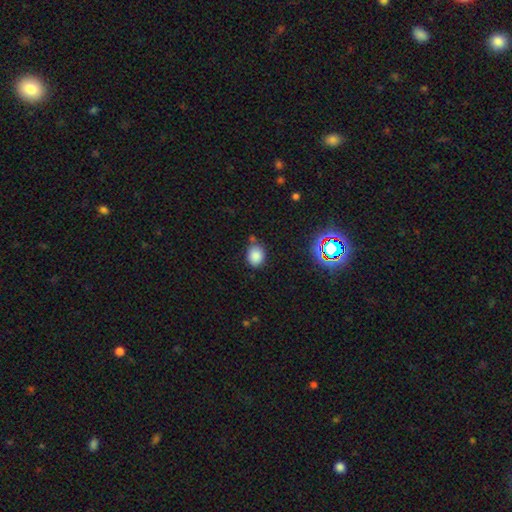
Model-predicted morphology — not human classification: type=smooth (82%); roundness=round (53%); merging=none (72%).